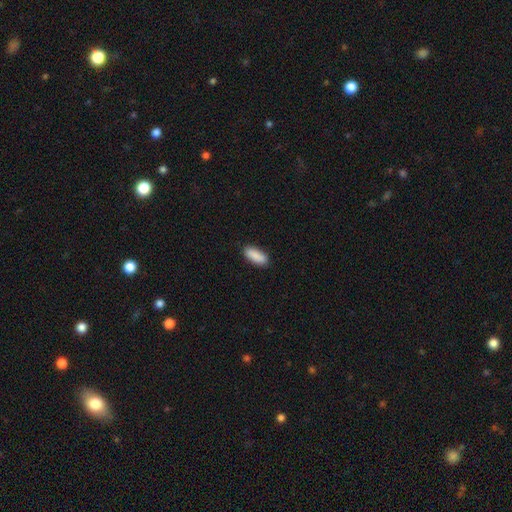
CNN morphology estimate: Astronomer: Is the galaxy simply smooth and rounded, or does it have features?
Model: smooth — 90%.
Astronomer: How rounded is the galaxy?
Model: in between — 76%.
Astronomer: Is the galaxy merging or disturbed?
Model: none — 88%.